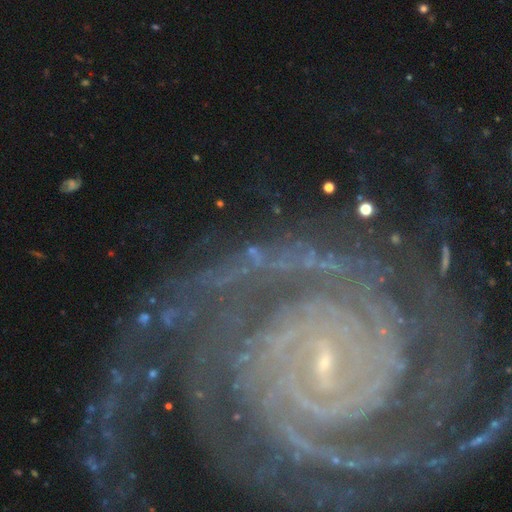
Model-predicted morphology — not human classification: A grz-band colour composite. It shows a star or artifact, not a galaxy (43%).